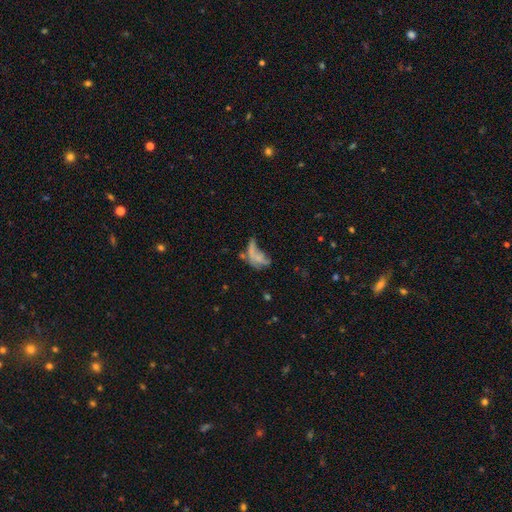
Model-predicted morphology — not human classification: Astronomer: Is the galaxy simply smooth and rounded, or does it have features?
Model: smooth — 49% (runner-up: featured or disk, 35%).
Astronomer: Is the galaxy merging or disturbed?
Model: major disturbance — 33% (runner-up: merger, 30%).